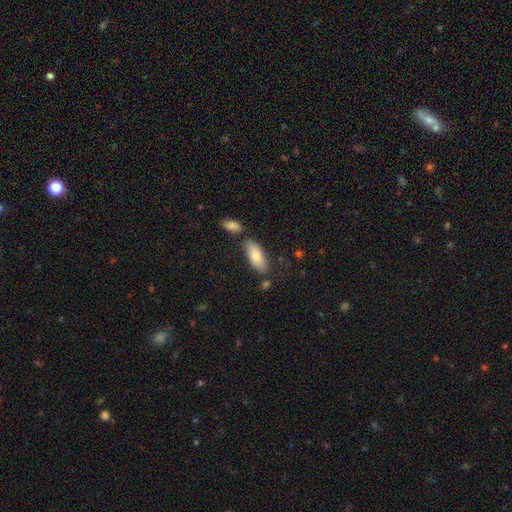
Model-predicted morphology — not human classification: This appears to be a smooth galaxy with no disk features (76%) that is in between round and cigar-shaped (82%). Merging: none (74%).